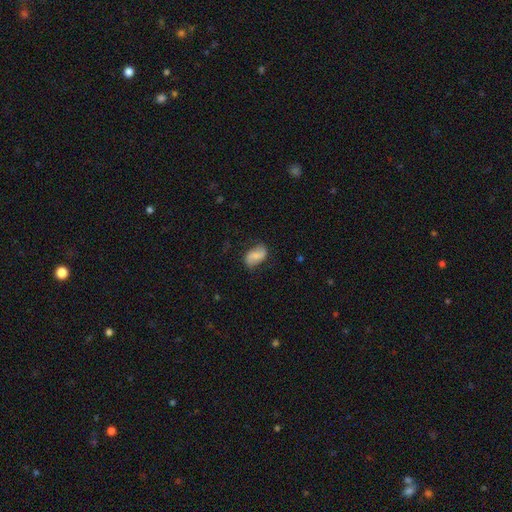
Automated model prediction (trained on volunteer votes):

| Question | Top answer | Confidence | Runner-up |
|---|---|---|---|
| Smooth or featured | smooth | 53% | featured or disk (39%) |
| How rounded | in between | 90% | round (8%) |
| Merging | none | 71% | minor disturbance (21%) |